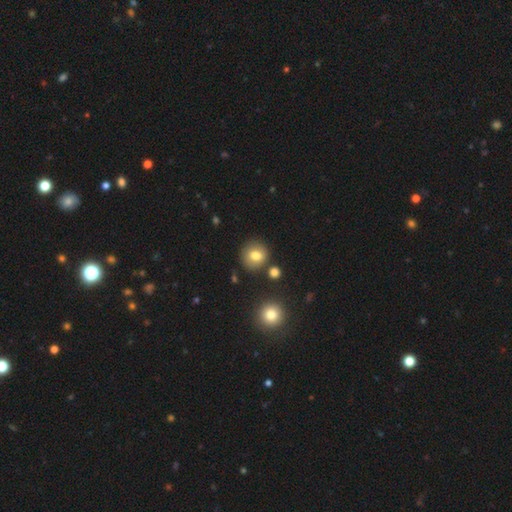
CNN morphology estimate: A smooth galaxy with no disk features (79%) that is round (87%).

Vote fractions:
- Smooth or featured? smooth: 79% / featured or disk: 11% / star or artifact: 10%
- How rounded? round: 87% / in between: 12% / cigar-shaped: 1%
- Merging? none: 82% / minor disturbance: 10% / merger: 6% / major disturbance: 3%